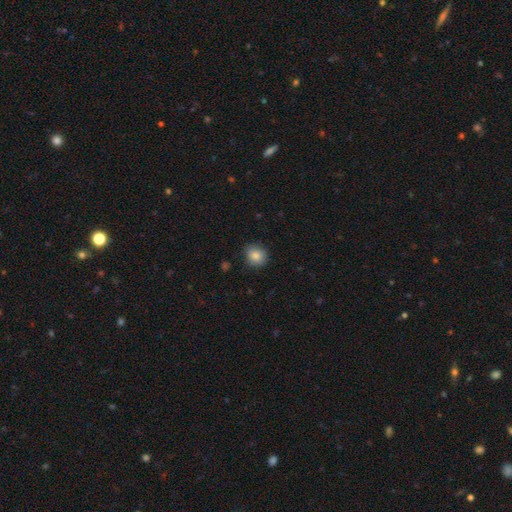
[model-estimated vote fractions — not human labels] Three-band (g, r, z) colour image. It shows a smooth galaxy with no disk features (85%) that is round (77%). Merging: none (86%).